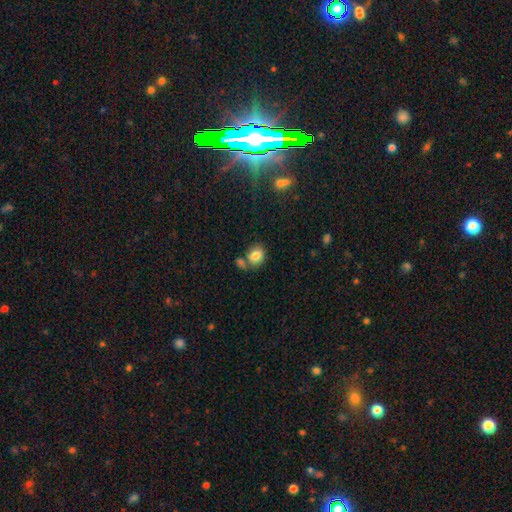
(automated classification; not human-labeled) Q: Smooth or featured?
A: smooth (82%); runner-up: star or artifact (9%)
Q: How rounded?
A: in between (50%); runner-up: round (49%)
Q: Merging?
A: none (58%); runner-up: merger (24%)